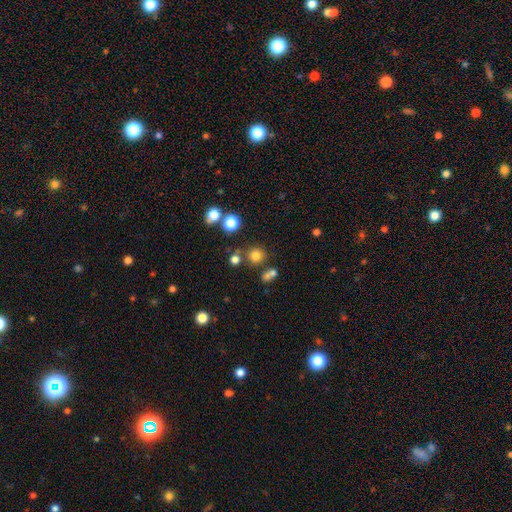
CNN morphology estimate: type=smooth (76%); roundness=round (90%); merging=none (75%).